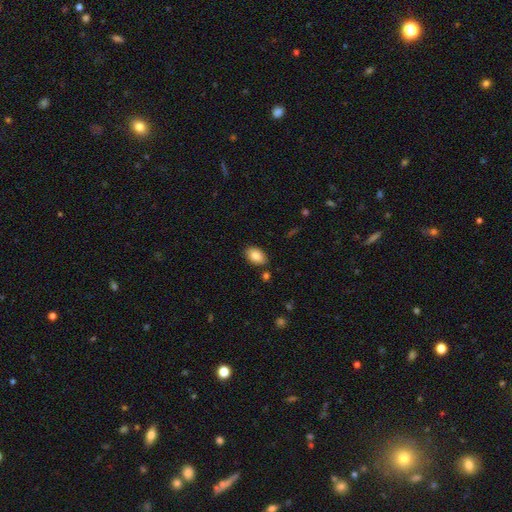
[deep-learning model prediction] Smooth or featured? smooth (86%)
How rounded? in between (90%)
Merging? none (83%)